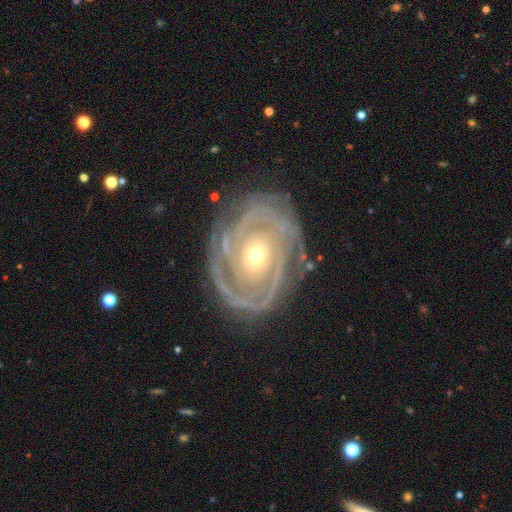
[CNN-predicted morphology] A featured or disk galaxy (91%) with no bar (74%), 2 (44%) tight (78%) spiral arms (97%) and a small central bulge (57%). Merging: none (80%).